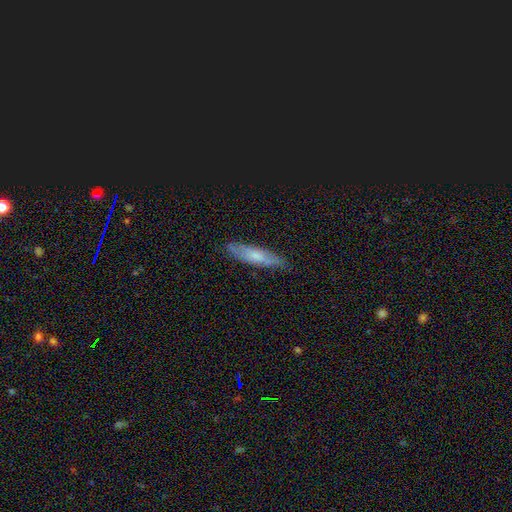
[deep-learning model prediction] Smooth or featured?
  - smooth: 54% *
  - featured or disk: 39%
  - star or artifact: 8%
How rounded?
  - cigar-shaped: 73% *
  - in between: 25%
  - round: 2%
Merging?
  - none: 79% *
  - minor disturbance: 17%
  - major disturbance: 3%
  - merger: 1%